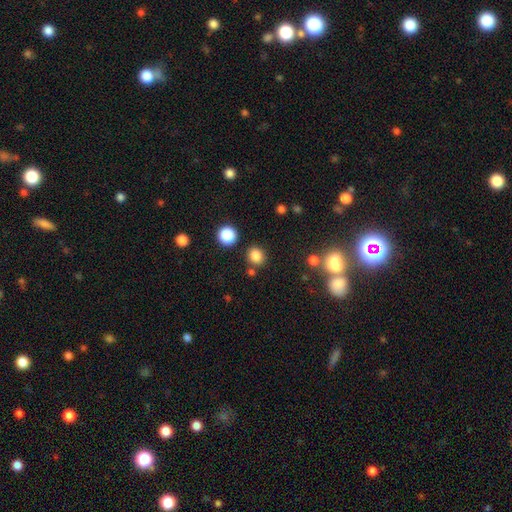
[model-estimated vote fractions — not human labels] smooth-or-featured: smooth: 82% | star or artifact: 14% | featured or disk: 5%
  how-rounded: round: 77% | in between: 22% | cigar-shaped: 1%
  merging: none: 82% | minor disturbance: 9% | merger: 7% | major disturbance: 3%